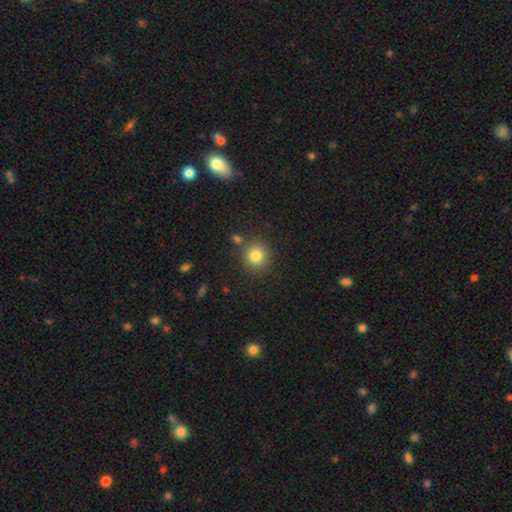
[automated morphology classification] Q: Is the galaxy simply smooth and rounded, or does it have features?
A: smooth — 82%.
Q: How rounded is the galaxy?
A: round — 90%.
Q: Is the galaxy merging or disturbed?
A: none — 83%.